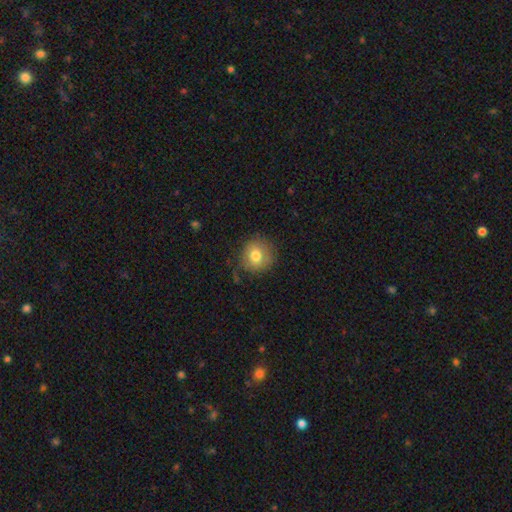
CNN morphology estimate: smooth 78%, featured or disk 12%, star or artifact 10%. Down the decision tree: how rounded — round (87%); merging — none (77%).